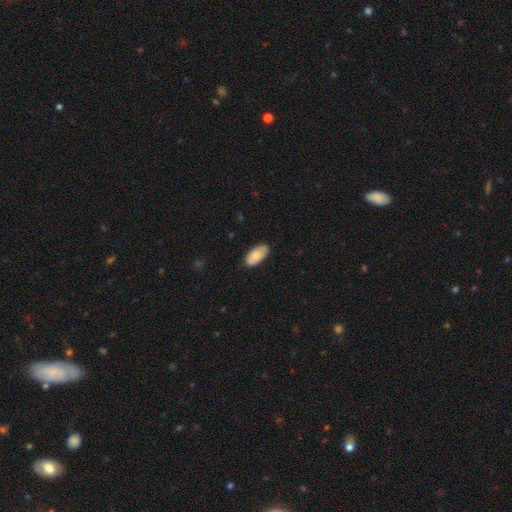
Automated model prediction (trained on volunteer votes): Q: Smooth or featured?
A: smooth (80%); runner-up: featured or disk (14%)
Q: How rounded?
A: in between (94%); runner-up: cigar-shaped (4%)
Q: Merging?
A: none (81%); runner-up: minor disturbance (16%)